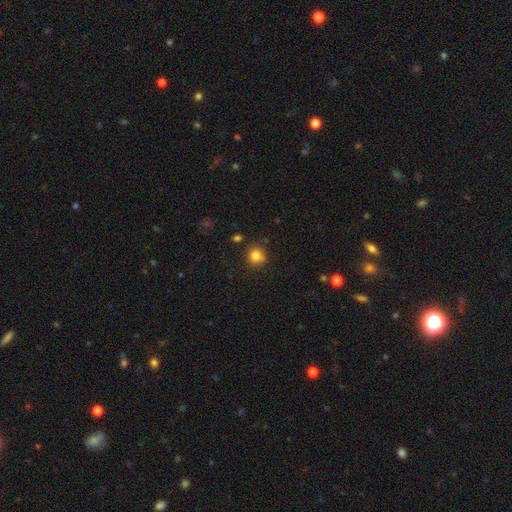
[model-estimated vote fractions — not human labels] smooth 83%, star or artifact 12%, featured or disk 6%. Down the decision tree: how rounded — round (88%); merging — none (81%).